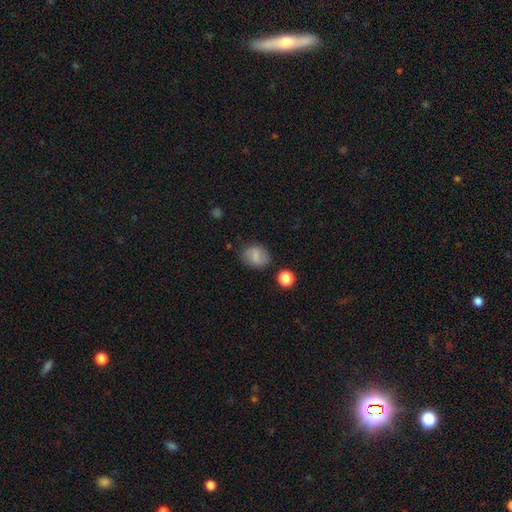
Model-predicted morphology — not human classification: This appears to be a smooth galaxy with no disk features (76%) that is round (52%). Merging: none (80%).